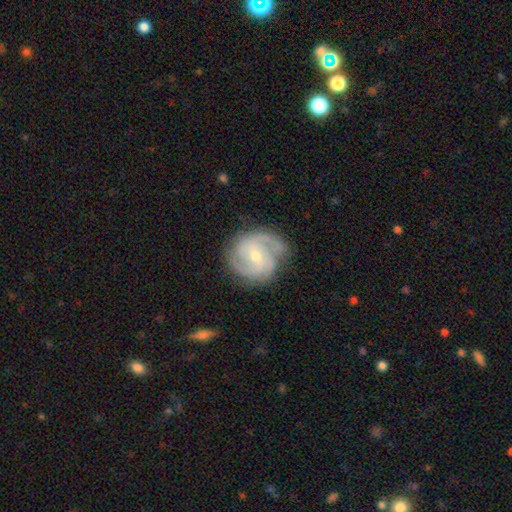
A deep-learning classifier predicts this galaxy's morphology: A featured or disk galaxy (89%) with a weak bar (44%), 3 (44%) tight (52%) spiral arms (98%) and a small central bulge (54%). Merging: none (77%).